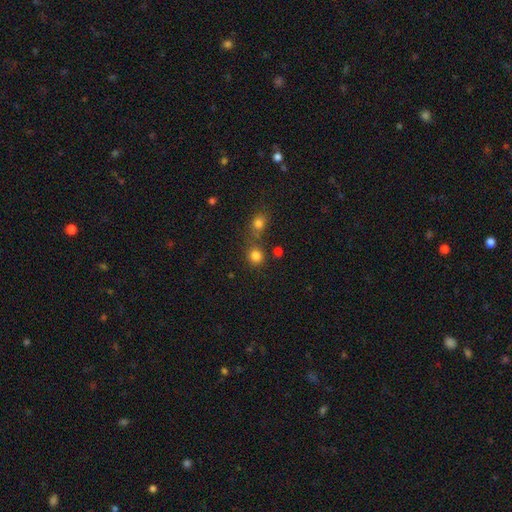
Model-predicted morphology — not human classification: Smooth or featured? smooth (81%)
How rounded? round (86%)
Merging? none (66%)